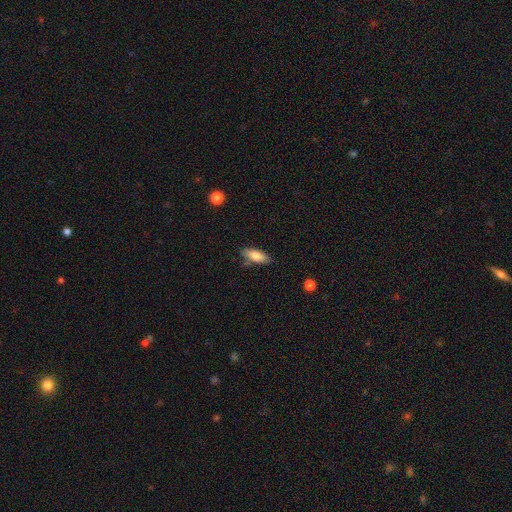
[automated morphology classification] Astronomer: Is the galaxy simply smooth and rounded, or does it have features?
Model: smooth — 79%.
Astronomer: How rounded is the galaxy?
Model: in between — 69%.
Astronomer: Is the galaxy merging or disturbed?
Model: none — 75%.